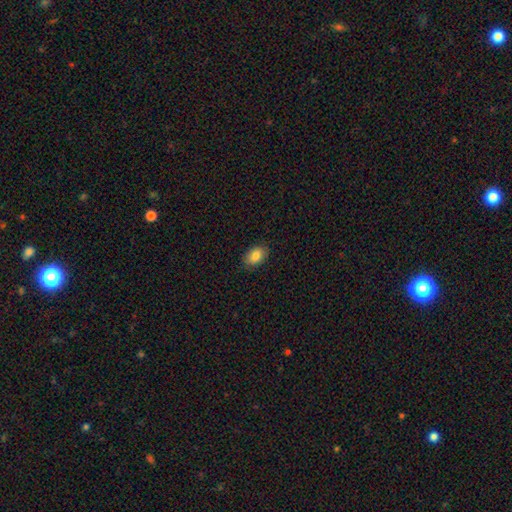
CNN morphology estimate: smooth_or_featured: smooth (p=0.85) [alt: star or artifact p=0.08]
how_rounded: in between (p=0.87) [alt: round p=0.11]
merging: none (p=0.86) [alt: minor disturbance p=0.10]